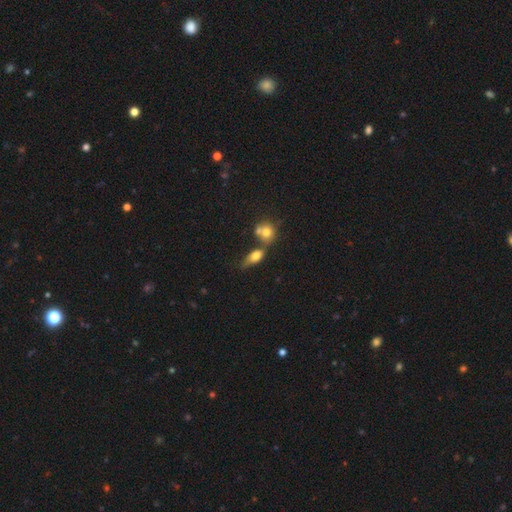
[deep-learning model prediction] Smooth or featured: smooth — 69% (featured or disk — 21%)
How rounded: in between — 75% (round — 13%)
Merging: none — 38% (merger — 31%)